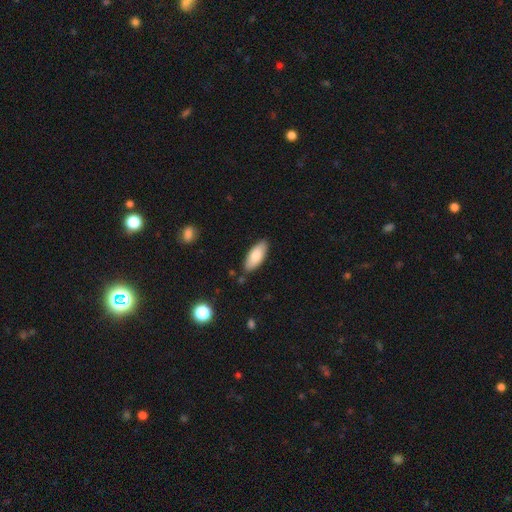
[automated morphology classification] Smooth or featured?
  - smooth: 82% *
  - featured or disk: 12%
  - star or artifact: 6%
How rounded?
  - in between: 82% *
  - cigar-shaped: 16%
  - round: 2%
Merging?
  - none: 84% *
  - minor disturbance: 12%
  - major disturbance: 2%
  - merger: 2%